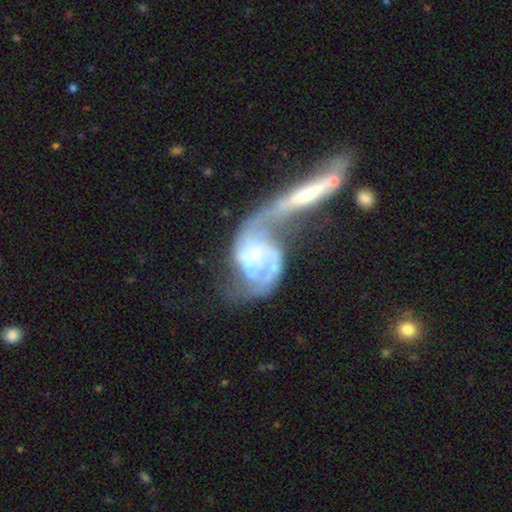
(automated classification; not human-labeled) Q: Smooth or featured?
A: featured or disk (86%); runner-up: smooth (9%)
Q: Edge-on disk?
A: no (96%); runner-up: yes (4%)
Q: Bar?
A: no (69%); runner-up: weak (24%)
Q: Spiral arms?
A: yes (91%); runner-up: no (9%)
Q: Spiral winding?
A: medium (39%); runner-up: tight (31%)
Q: Spiral arm count?
A: 2 (64%); runner-up: can't tell (16%)
Q: Bulge size?
A: small (68%); runner-up: moderate (22%)
Q: Merging?
A: merger (65%); runner-up: major disturbance (15%)